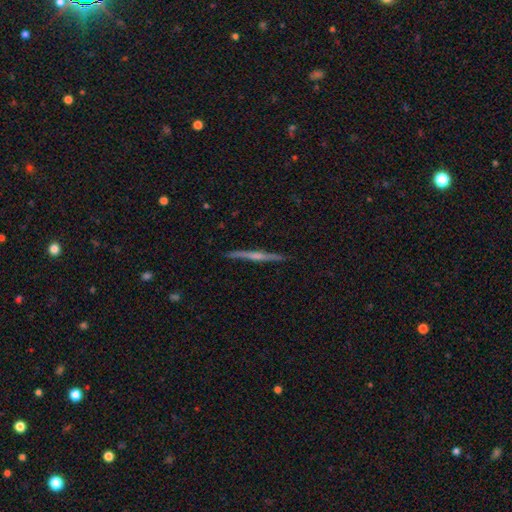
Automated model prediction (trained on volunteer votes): Morphology: type=featured or disk (74%); edge-on=yes (98%); edge-on bulge=rounded (60%); merging=none (90%).